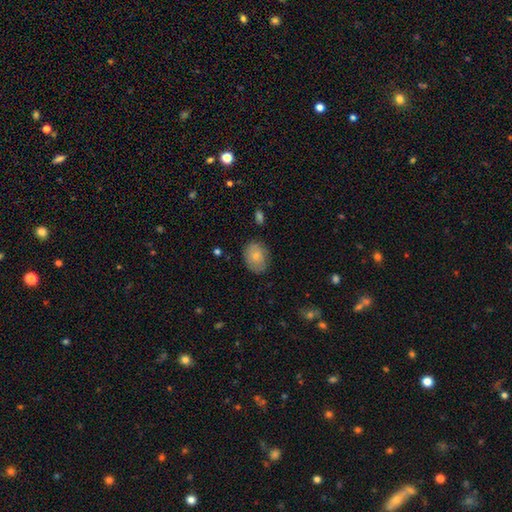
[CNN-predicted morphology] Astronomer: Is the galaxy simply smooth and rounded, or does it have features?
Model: smooth — 77%.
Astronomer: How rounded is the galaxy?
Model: in between — 66%.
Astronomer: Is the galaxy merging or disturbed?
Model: none — 79%.